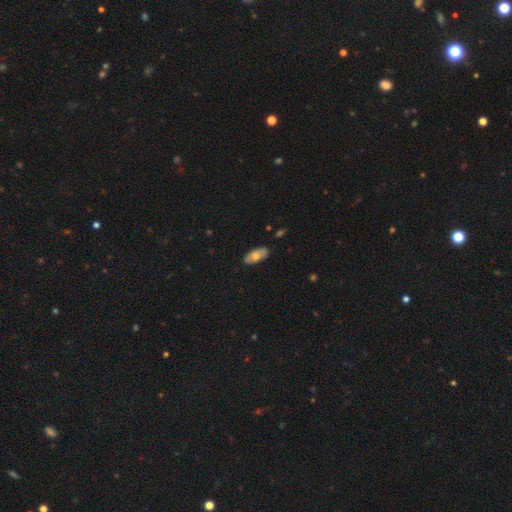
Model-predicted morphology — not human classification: Q: Smooth or featured?
A: smooth (55%); runner-up: featured or disk (39%)
Q: How rounded?
A: in between (90%); runner-up: cigar-shaped (6%)
Q: Merging?
A: none (85%); runner-up: minor disturbance (12%)